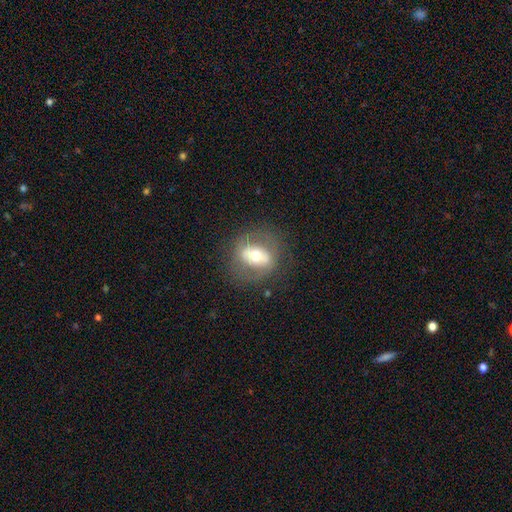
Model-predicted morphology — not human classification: Smooth or featured? Predicted: featured or disk (p=0.53). Edge-on disk? Predicted: no (p=0.91). Merging? Predicted: none (p=0.72).